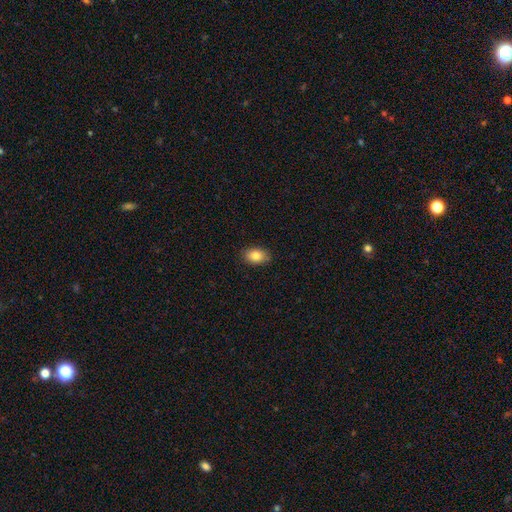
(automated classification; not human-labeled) smooth-or-featured: smooth: 85% | star or artifact: 8% | featured or disk: 7%
  how-rounded: in between: 80% | round: 19% | cigar-shaped: 1%
  merging: none: 87% | minor disturbance: 10% | major disturbance: 2% | merger: 1%